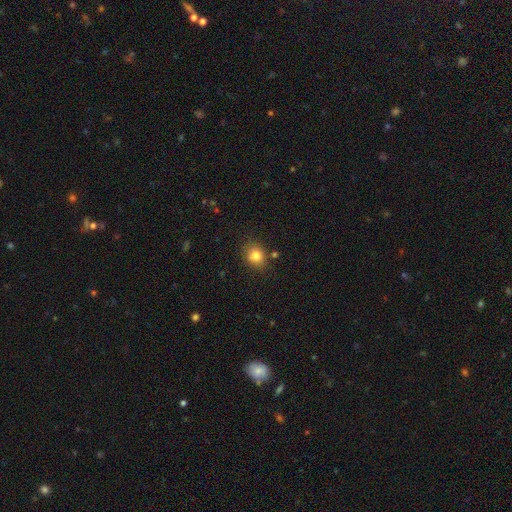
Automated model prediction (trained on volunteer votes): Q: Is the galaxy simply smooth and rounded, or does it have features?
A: smooth — 82%.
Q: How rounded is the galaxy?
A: round — 68%.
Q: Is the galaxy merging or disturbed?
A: none — 80%.